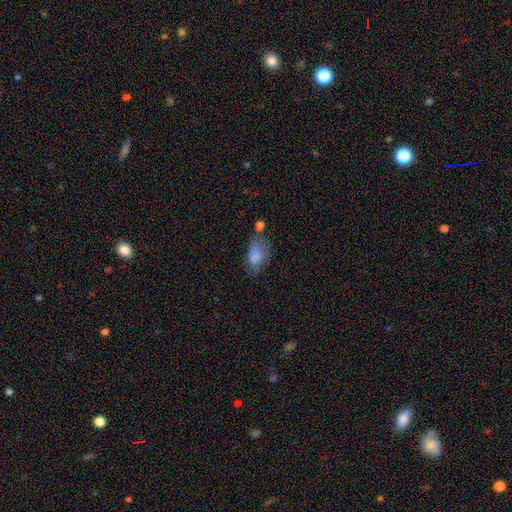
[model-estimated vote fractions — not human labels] smooth 81%, featured or disk 11%, star or artifact 8%. Down the decision tree: how rounded — in between (91%); merging — none (40%).